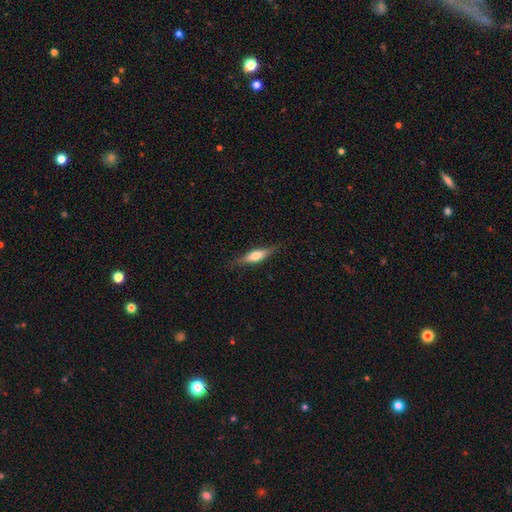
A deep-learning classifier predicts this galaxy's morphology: This is possibly a smooth galaxy (54%). How rounded: likely cigar-shaped (61%). Merging: clearly none (80%).